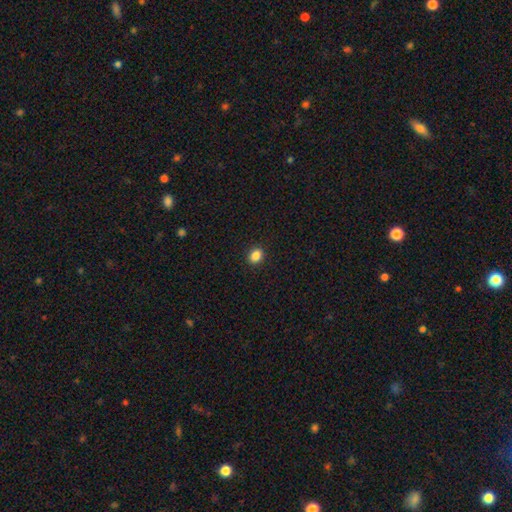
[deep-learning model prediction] Q: Smooth or featured?
A: smooth (86%); runner-up: star or artifact (10%)
Q: How rounded?
A: in between (52%); runner-up: round (47%)
Q: Merging?
A: none (91%); runner-up: minor disturbance (6%)